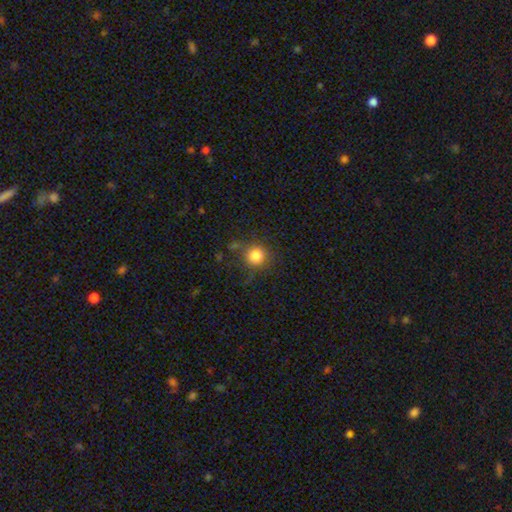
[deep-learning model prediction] Q: Smooth or featured?
A: smooth (82%); runner-up: star or artifact (12%)
Q: How rounded?
A: round (92%); runner-up: in between (7%)
Q: Merging?
A: none (75%); runner-up: minor disturbance (15%)